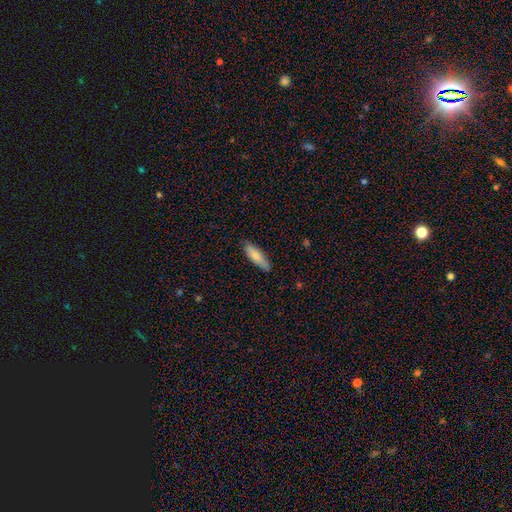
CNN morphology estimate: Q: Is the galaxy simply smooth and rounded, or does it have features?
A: smooth — 77%.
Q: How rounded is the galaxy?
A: cigar-shaped — 57%.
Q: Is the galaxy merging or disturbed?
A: none — 84%.